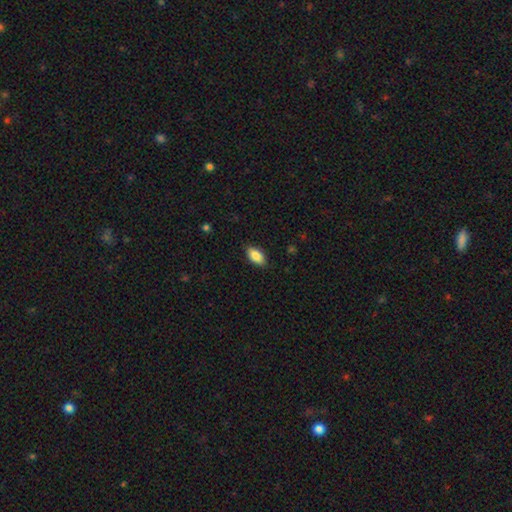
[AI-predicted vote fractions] The model was most divided on "merging": none: 86%, minor disturbance: 11%, major disturbance: 2%, merger: 1%. More confident: how rounded — in between (92%); smooth or featured — smooth (87%).